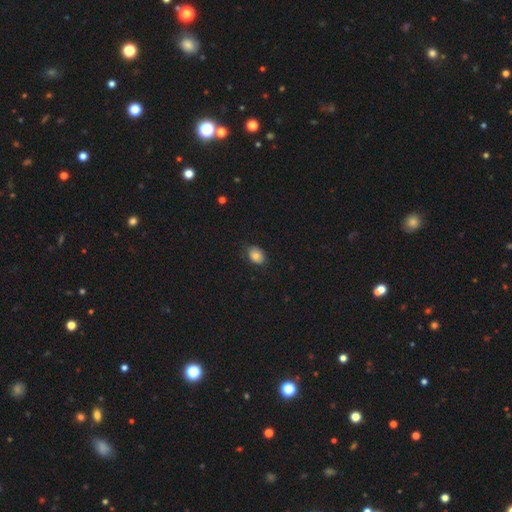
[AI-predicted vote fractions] A smooth galaxy with no disk features (79%) that is in between round and cigar-shaped (68%).

Vote fractions:
- Smooth or featured? smooth: 79% / featured or disk: 11% / star or artifact: 10%
- How rounded? in between: 68% / round: 31% / cigar-shaped: 1%
- Merging? none: 77% / minor disturbance: 18% / major disturbance: 4% / merger: 1%